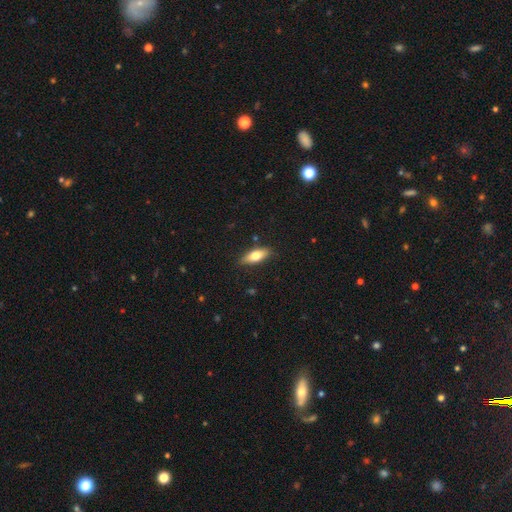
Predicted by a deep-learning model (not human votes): Smooth or featured? smooth (68%)
How rounded? in between (69%)
Merging? none (84%)